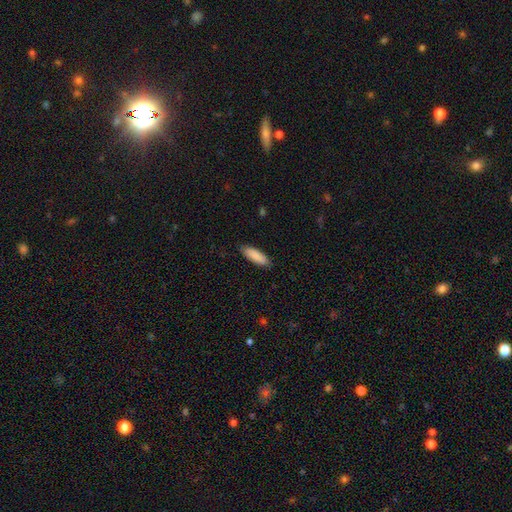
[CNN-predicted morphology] Smooth or featured?
  - smooth: 89% *
  - featured or disk: 6%
  - star or artifact: 5%
How rounded?
  - in between: 56% *
  - cigar-shaped: 43%
  - round: 1%
Merging?
  - none: 88% *
  - minor disturbance: 9%
  - major disturbance: 2%
  - merger: 1%